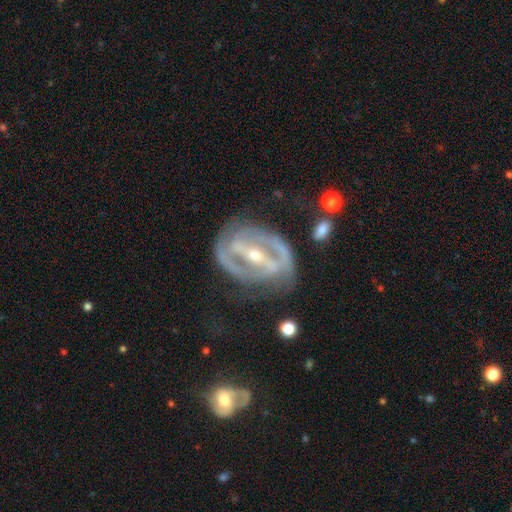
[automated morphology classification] Smooth or featured? Predicted: featured or disk (p=0.89). Edge-on disk? Predicted: no (p=0.94). Bar? Predicted: strong (p=0.79). Spiral arms? Predicted: yes (p=0.83). Spiral winding? Predicted: tight (p=0.44). Spiral arm count? Predicted: 2 (p=0.82). Bulge size? Predicted: small (p=0.59). Merging? Predicted: none (p=0.67).